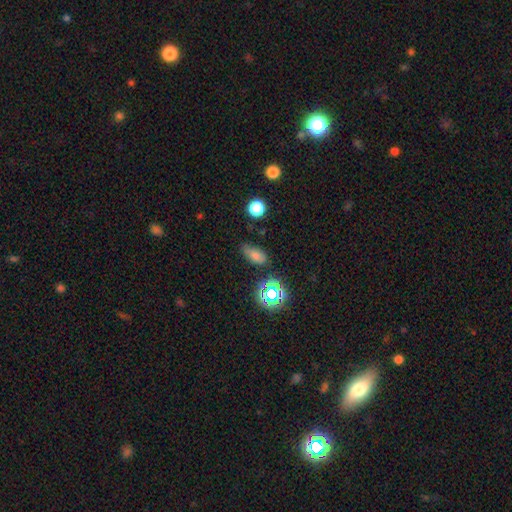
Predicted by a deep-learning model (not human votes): Morphology: type=smooth (70%); roundness=in between (85%); merging=none (66%).